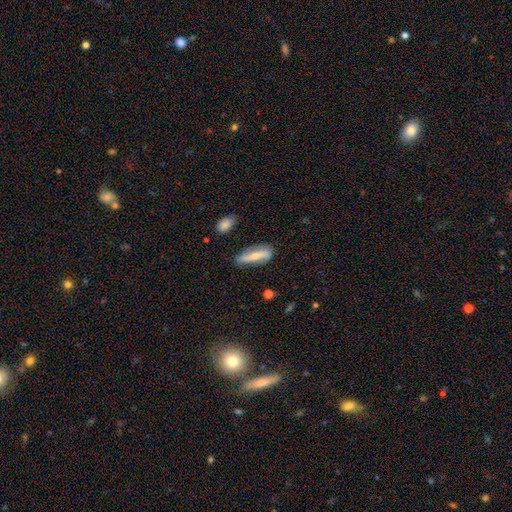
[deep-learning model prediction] This is possibly a smooth galaxy (48%). Merging: likely none (71%).